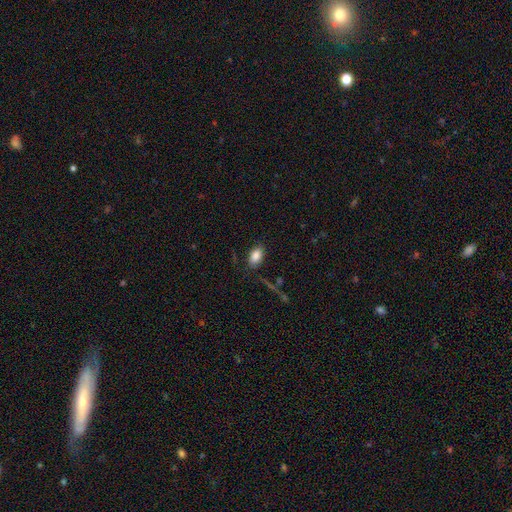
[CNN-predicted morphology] A smooth galaxy with no disk features (85%) that is in between round and cigar-shaped (90%). Merging: none (82%).